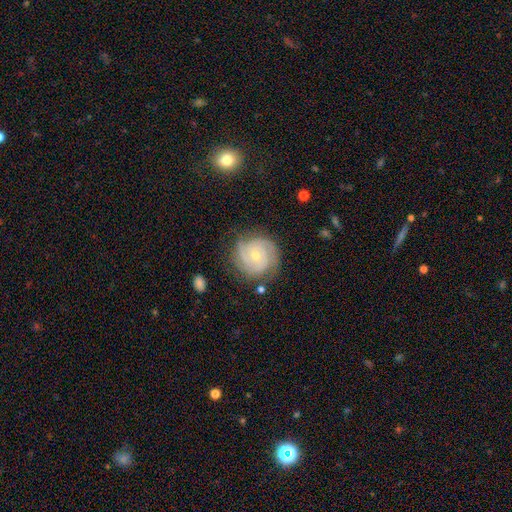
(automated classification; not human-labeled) Smooth or featured?
  - featured or disk: 84% *
  - smooth: 11%
  - star or artifact: 5%
Edge-on disk?
  - no: 98% *
  - yes: 2%
Bar?
  - no: 68% *
  - weak: 26%
  - strong: 5%
Spiral arms?
  - yes: 96% *
  - no: 4%
Spiral winding?
  - tight: 72% *
  - medium: 24%
  - loose: 4%
Spiral arm count?
  - 3: 37% *
  - 2: 30%
  - can't tell: 16%
  - 4: 8%
  - 1: 4%
  - more than 4: 4%
Bulge size?
  - small: 58% *
  - moderate: 39%
  - large: 1%
  - none: 1%
  - dominant: 1%
Merging?
  - none: 77% *
  - minor disturbance: 16%
  - major disturbance: 5%
  - merger: 2%